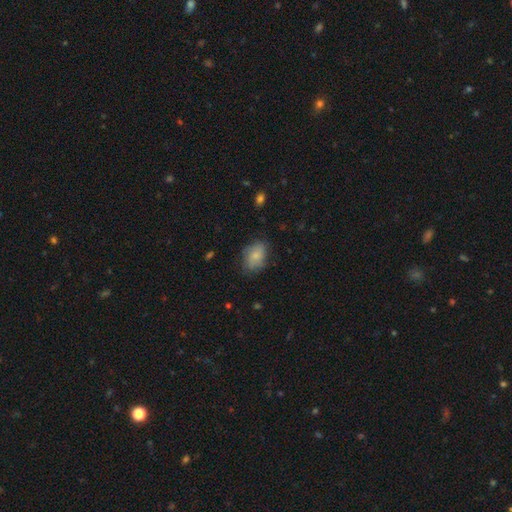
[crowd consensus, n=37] Volunteers were most divided on "merging": none: 76%, minor disturbance: 19%, major disturbance: 3%, merger: 3%. More confident: smooth or featured — smooth (92%); how rounded — in between (91%).